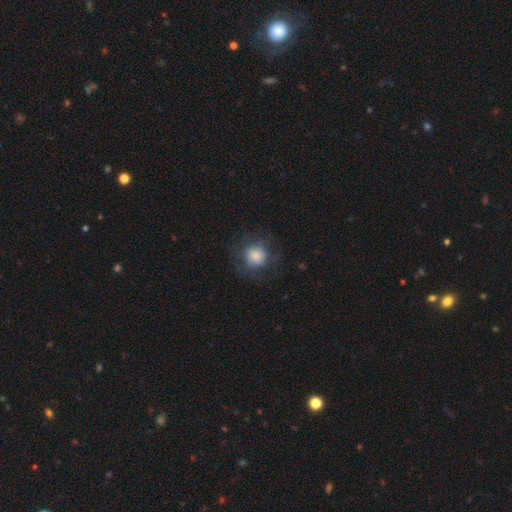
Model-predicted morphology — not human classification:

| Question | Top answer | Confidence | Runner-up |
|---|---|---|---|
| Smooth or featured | smooth | 78% | featured or disk (14%) |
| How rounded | round | 89% | in between (10%) |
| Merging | none | 70% | minor disturbance (17%) |